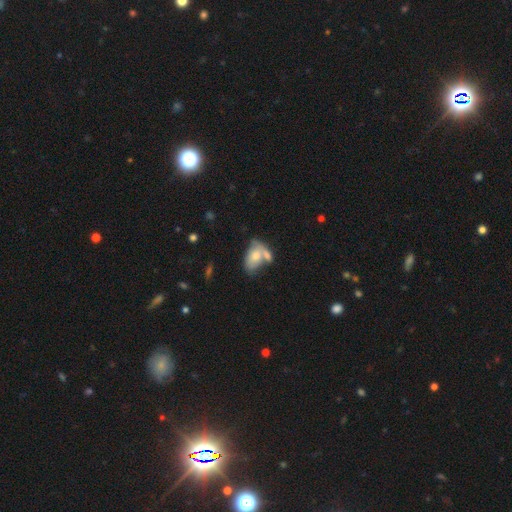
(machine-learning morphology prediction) type=smooth (69%); roundness=in between (88%); merging=merger (48%).